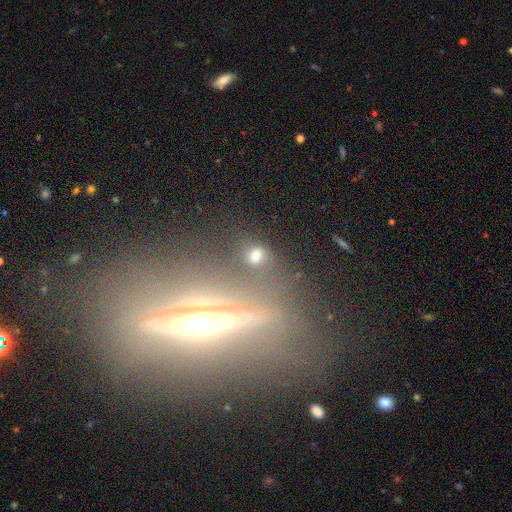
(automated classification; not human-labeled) Morphology: type=smooth (64%); roundness=round (67%); merging=none (69%).